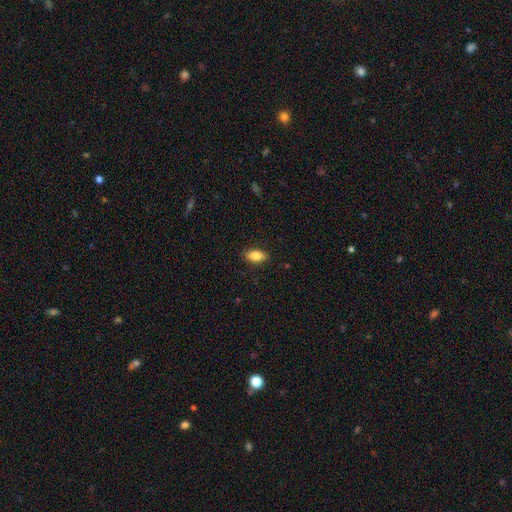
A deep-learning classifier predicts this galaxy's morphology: A smooth galaxy with no disk features (84%) that is in between round and cigar-shaped (88%).

Vote fractions:
- Smooth or featured? smooth: 84% / featured or disk: 9% / star or artifact: 7%
- How rounded? in between: 88% / cigar-shaped: 8% / round: 4%
- Merging? none: 87% / minor disturbance: 10% / major disturbance: 2% / merger: 1%